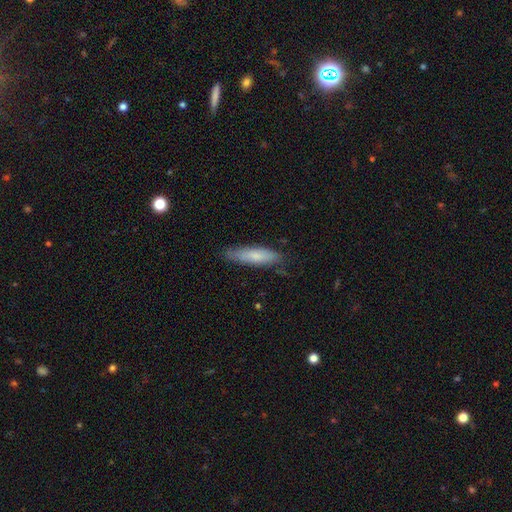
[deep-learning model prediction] Q: Smooth or featured?
A: smooth (73%); runner-up: featured or disk (21%)
Q: How rounded?
A: cigar-shaped (73%); runner-up: in between (25%)
Q: Merging?
A: none (77%); runner-up: minor disturbance (18%)